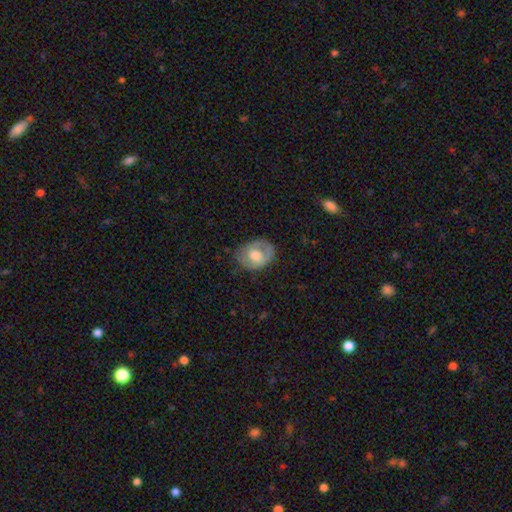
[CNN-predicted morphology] This is possibly a smooth galaxy (53%). How rounded: possibly in between (55%). Merging: likely none (69%).